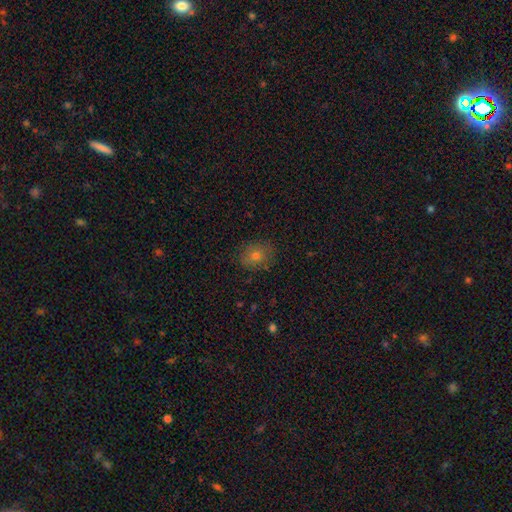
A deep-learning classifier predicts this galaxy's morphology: A smooth galaxy with no disk features (69%) that is round (60%). Merging: none (84%).